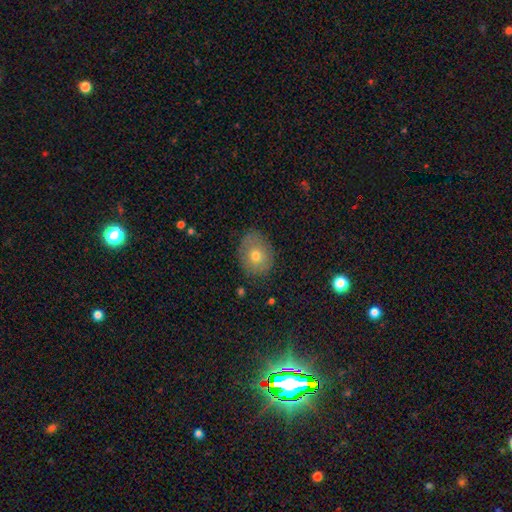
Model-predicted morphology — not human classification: The model was most divided on "how rounded": in between: 52%, round: 47%, cigar-shaped: 1%. More confident: merging — none (82%); smooth or featured — smooth (67%).